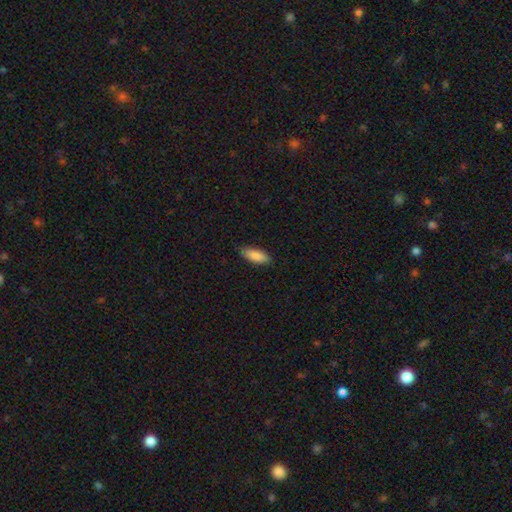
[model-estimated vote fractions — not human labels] smooth-or-featured: smooth: 86% | featured or disk: 8% | star or artifact: 6%
  how-rounded: in between: 74% | cigar-shaped: 24% | round: 2%
  merging: none: 85% | minor disturbance: 12% | major disturbance: 2% | merger: 1%